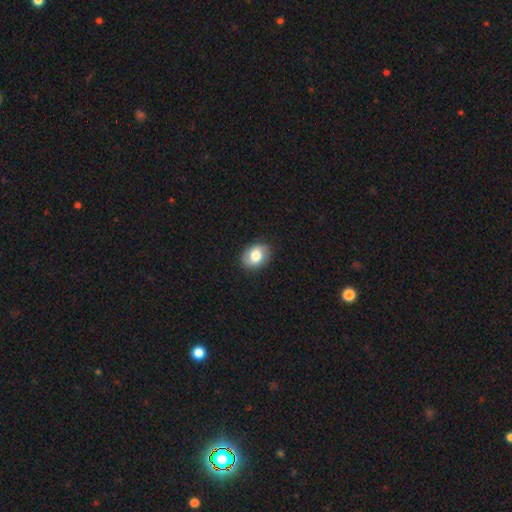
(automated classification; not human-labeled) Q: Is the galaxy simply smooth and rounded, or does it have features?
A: smooth — 72%.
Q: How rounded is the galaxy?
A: in between — 62%.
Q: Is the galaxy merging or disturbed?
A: none — 86%.